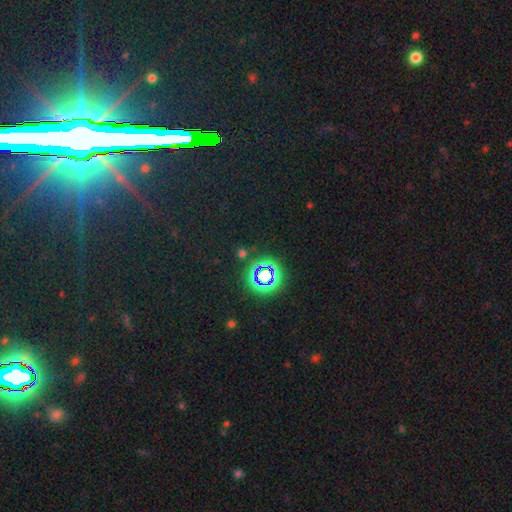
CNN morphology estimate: This is likely a star or artifact rather than a galaxy (65%).